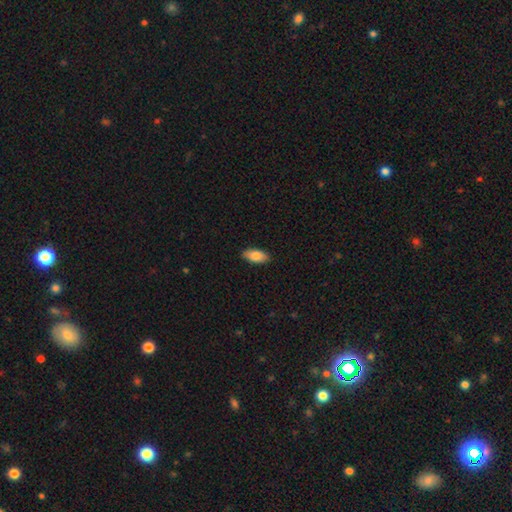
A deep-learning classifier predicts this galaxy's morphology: A smooth galaxy with no disk features (85%) that is in between round and cigar-shaped (90%). Merging: none (89%).